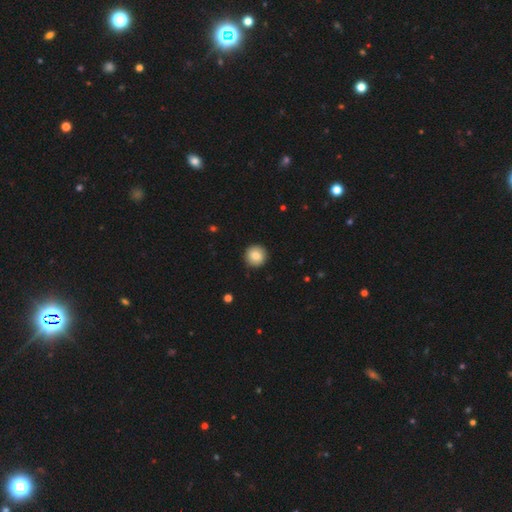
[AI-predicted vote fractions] This is clearly a smooth galaxy (85%). How rounded: clearly round (95%). Merging: clearly none (92%).